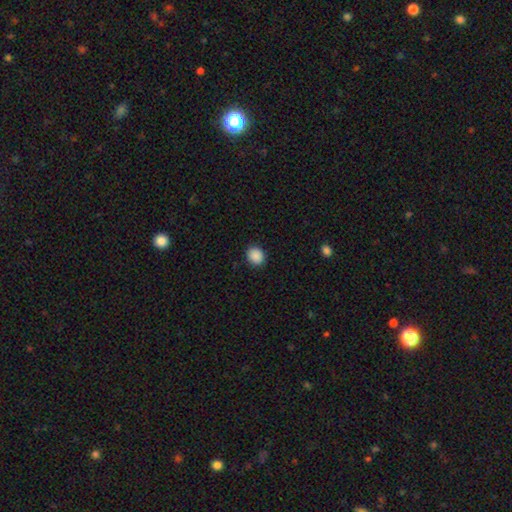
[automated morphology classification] This is clearly a smooth galaxy (89%). How rounded: likely round (63%). Merging: clearly none (89%).